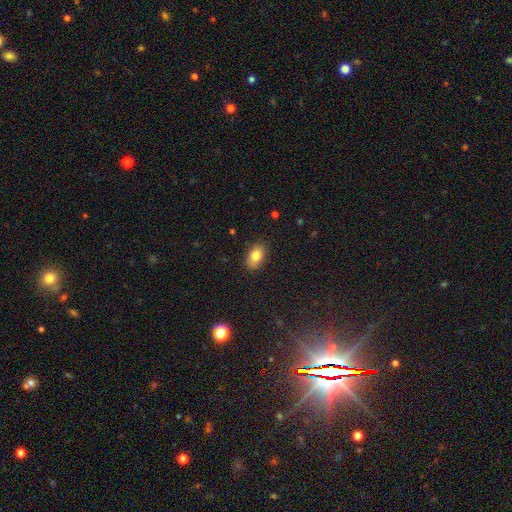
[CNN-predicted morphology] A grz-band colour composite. It shows a smooth galaxy with no disk features (80%) that is in between round and cigar-shaped (89%). Merging: none (85%).